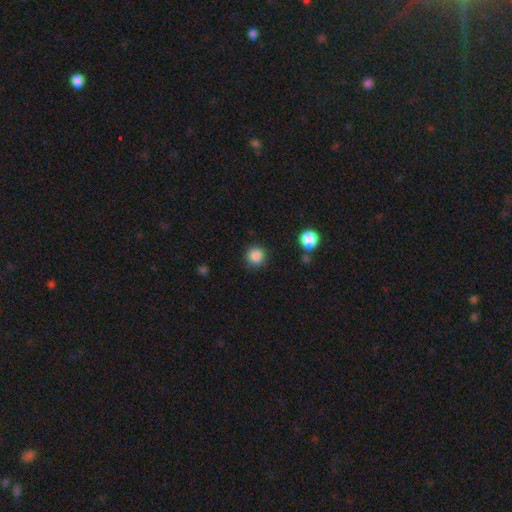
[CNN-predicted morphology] A smooth galaxy with no disk features (86%) that is round (95%). Merging: none (90%).